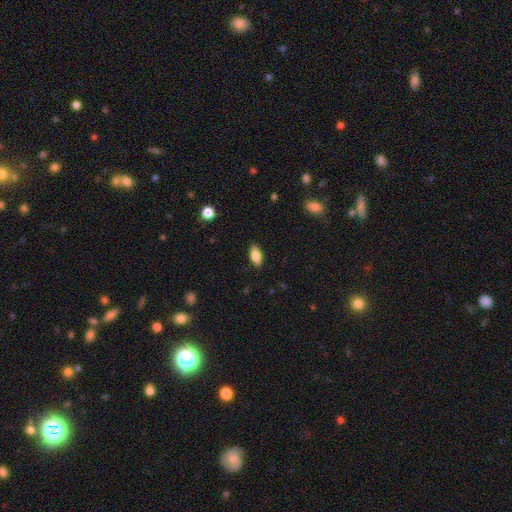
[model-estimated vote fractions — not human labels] This is likely a smooth galaxy (77%). How rounded: clearly in between (85%). Merging: clearly none (86%).